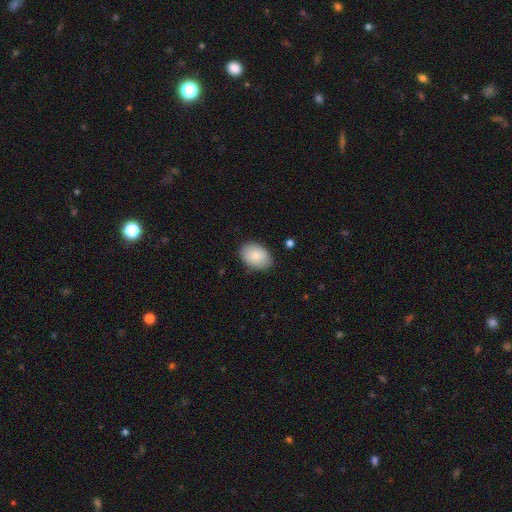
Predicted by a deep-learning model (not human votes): The model was most divided on "how rounded": in between: 84%, round: 15%, cigar-shaped: 1%. More confident: smooth or featured — smooth (85%); merging — none (84%).